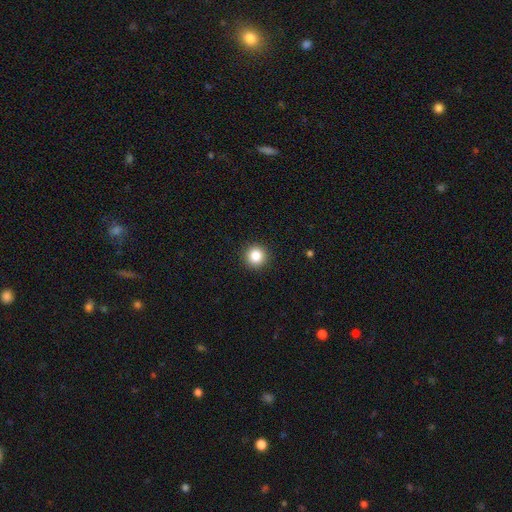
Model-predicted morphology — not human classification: smooth 85%, star or artifact 11%, featured or disk 5%. Down the decision tree: how rounded — round (96%); merging — none (93%).